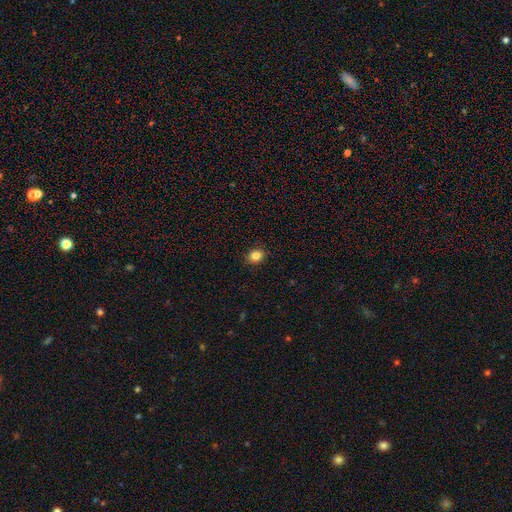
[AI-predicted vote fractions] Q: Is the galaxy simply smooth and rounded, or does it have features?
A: smooth — 84%.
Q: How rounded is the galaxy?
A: round — 53%.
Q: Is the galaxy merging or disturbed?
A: none — 90%.